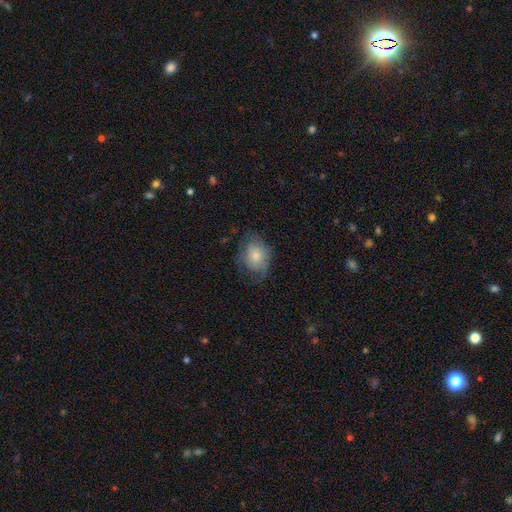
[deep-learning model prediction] Morphology: type=smooth (68%); roundness=in between (60%); merging=none (54%).